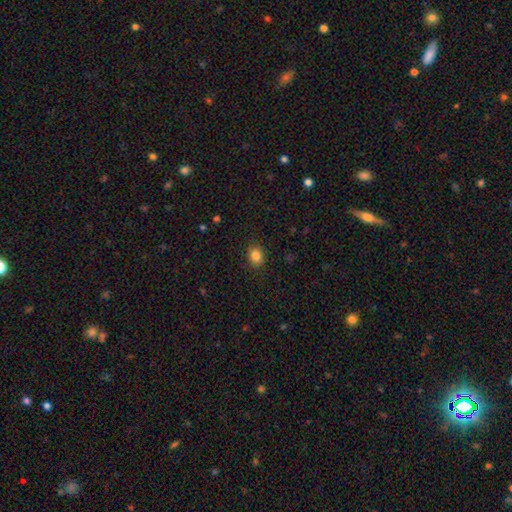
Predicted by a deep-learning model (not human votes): smooth_or_featured: smooth (p=0.84) [alt: star or artifact p=0.11]
how_rounded: round (p=0.52) [alt: in between p=0.47]
merging: none (p=0.88) [alt: minor disturbance p=0.09]